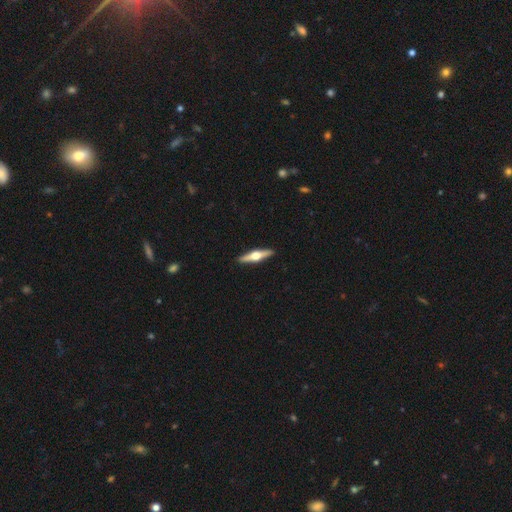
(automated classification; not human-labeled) Overall: featured or disk (71%). Edge-on disk: yes (97%). Edge-on bulge: rounded (96%). Merging: none (92%).